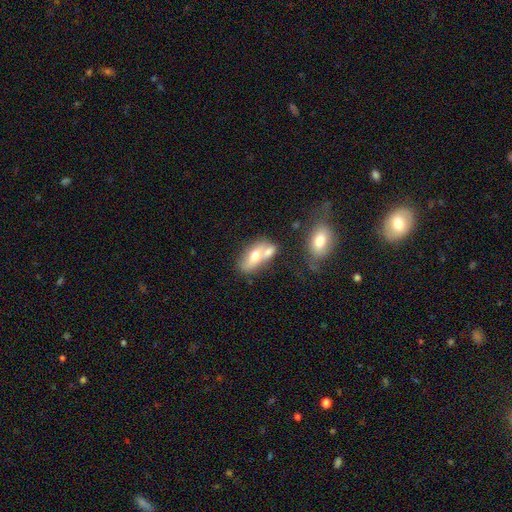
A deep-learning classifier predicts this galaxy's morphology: Overall: smooth (61%; featured or disk 32%). How rounded: in between (83%). Merging: merger (49%; none 34%).